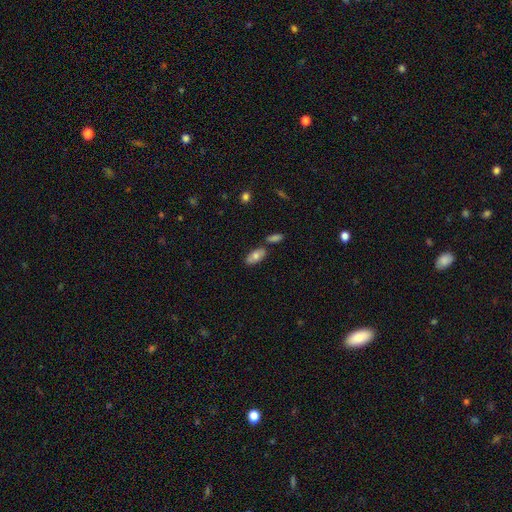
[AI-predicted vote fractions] Smooth or featured: smooth — 72% (featured or disk — 21%)
How rounded: in between — 90% (cigar-shaped — 7%)
Merging: none — 74% (minor disturbance — 12%)